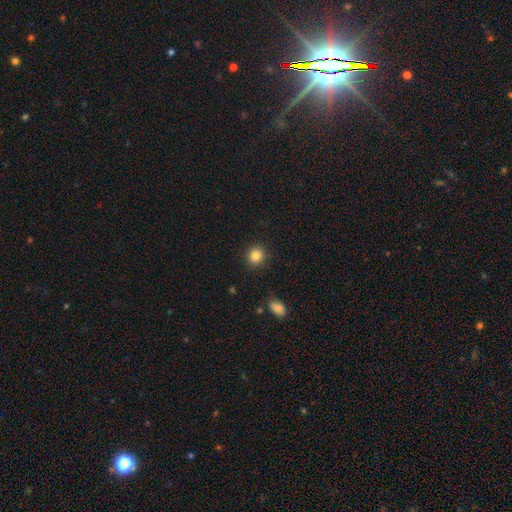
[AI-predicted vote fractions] smooth 85%, star or artifact 11%, featured or disk 5%. Down the decision tree: how rounded — round (89%); merging — none (91%).